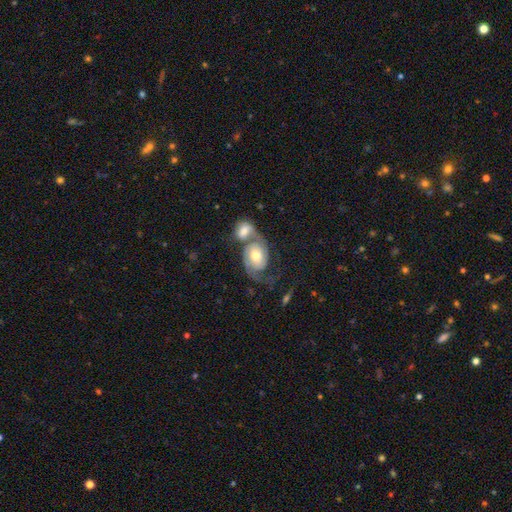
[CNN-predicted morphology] smooth_or_featured: featured or disk (p=0.77) [alt: smooth p=0.18]
disk_edge_on: no (p=0.97) [alt: yes p=0.03]
bar: no (p=0.67) [alt: weak p=0.26]
has_spiral_arms: yes (p=0.94) [alt: no p=0.06]
spiral_winding: medium (p=0.44) [alt: loose p=0.30]
spiral_arm_count: 2 (p=0.82) [alt: 1 p=0.09]
bulge_size: moderate (p=0.63) [alt: small p=0.21]
merging: merger (p=0.61) [alt: none p=0.20]